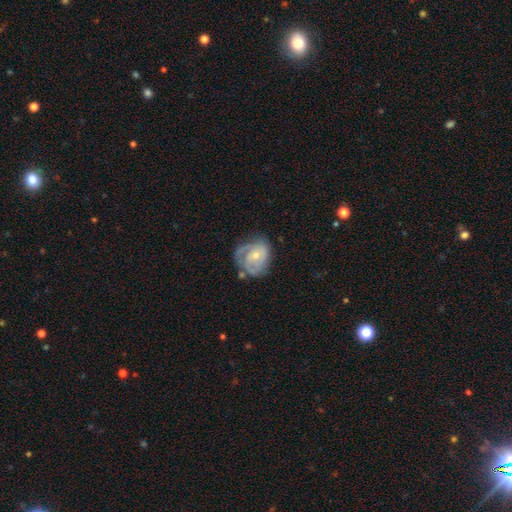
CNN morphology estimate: Smooth or featured? Predicted: featured or disk (p=0.71). Edge-on disk? Predicted: no (p=0.98). Bar? Predicted: no (p=0.71). Spiral arms? Predicted: yes (p=0.84). Spiral winding? Predicted: tight (p=0.54). Spiral arm count? Predicted: 2 (p=0.32). Bulge size? Predicted: small (p=0.56). Merging? Predicted: none (p=0.49).